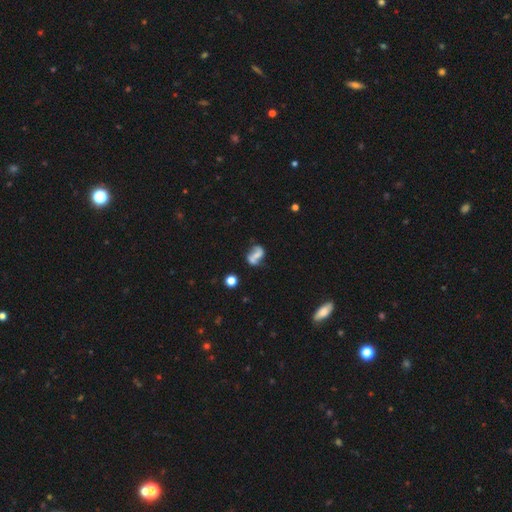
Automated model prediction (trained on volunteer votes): A featured or disk galaxy (58%) with no bar (49%), spiral arms (74%) and no central bulge (44%).

Vote fractions:
- Smooth or featured? featured or disk: 58% / smooth: 32% / star or artifact: 10%
- Edge-on disk? no: 96% / yes: 4%
- Bar? no: 49% / weak: 30% / strong: 21%
- Spiral arms? yes: 74% / no: 26%
- Bulge size? none: 44% / small: 31% / moderate: 18% / large: 5% / dominant: 2%
- Merging? none: 44% / merger: 22% / minor disturbance: 21% / major disturbance: 13%